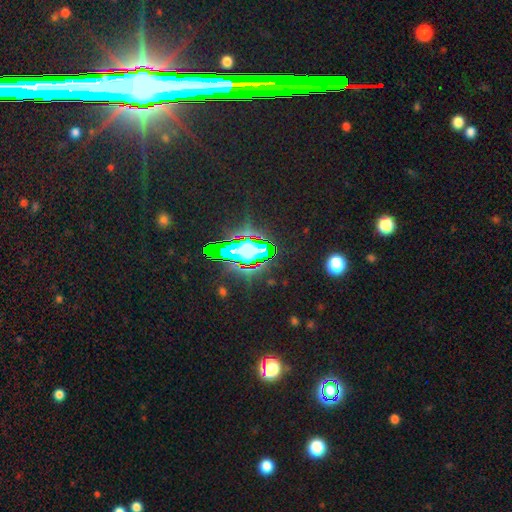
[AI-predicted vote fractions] Morphology: type=star or artifact (68%).